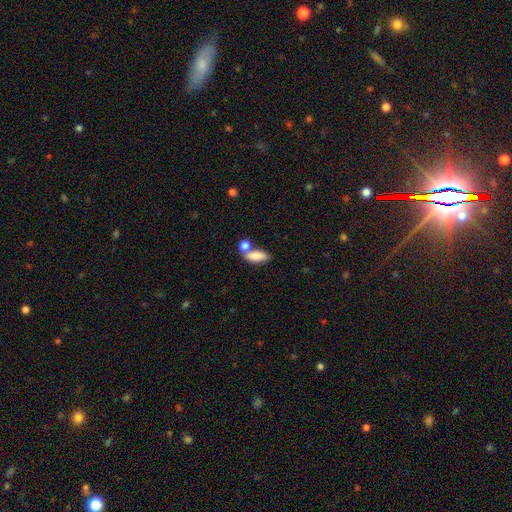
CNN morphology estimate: The model was most divided on "merging": none: 45%, merger: 38%, minor disturbance: 12%, major disturbance: 5%. More confident: smooth or featured — smooth (82%); how rounded — in between (78%).